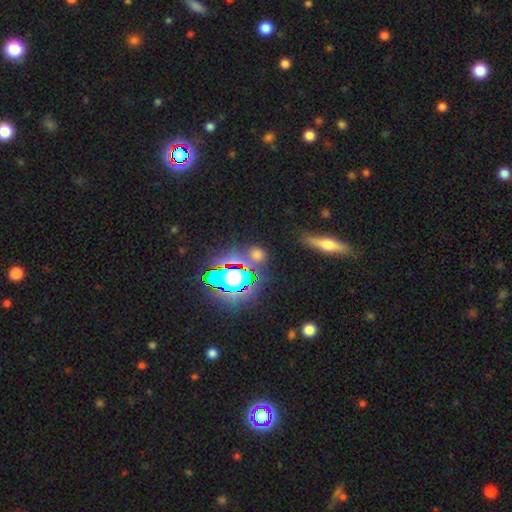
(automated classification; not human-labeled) smooth_or_featured: star or artifact (p=0.50) [alt: smooth p=0.37]